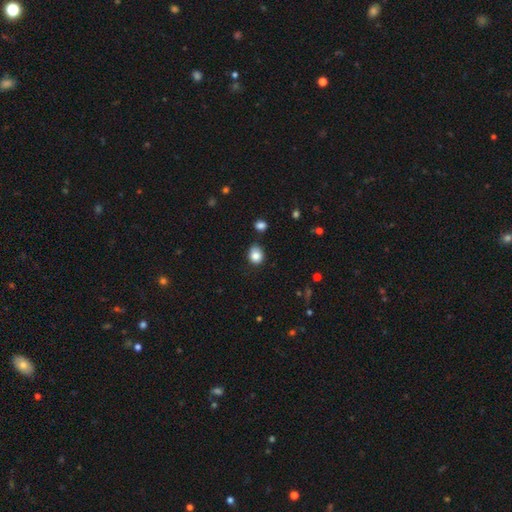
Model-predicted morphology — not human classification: smooth-or-featured: smooth: 84% | star or artifact: 10% | featured or disk: 6%
  how-rounded: round: 64% | in between: 35% | cigar-shaped: 1%
  merging: none: 70% | minor disturbance: 21% | major disturbance: 4% | merger: 4%